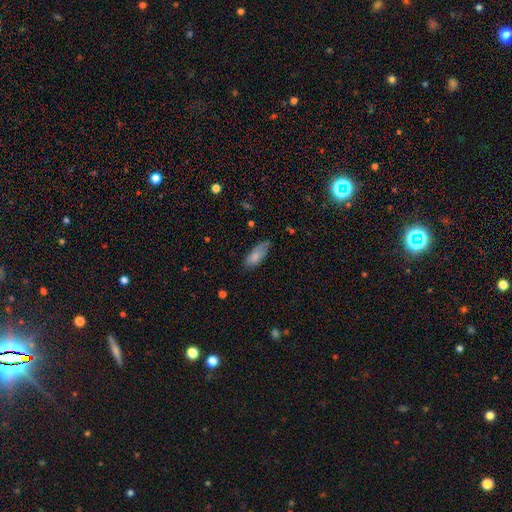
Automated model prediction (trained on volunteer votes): This is likely a smooth galaxy (78%). How rounded: likely in between (77%). Merging: likely none (64%).